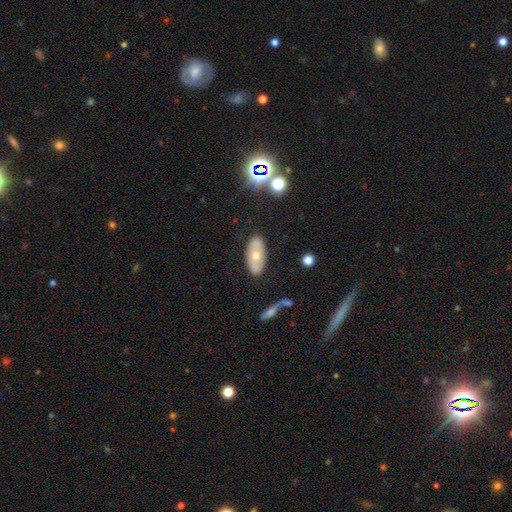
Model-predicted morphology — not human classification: A smooth galaxy with no disk features (53%) that is in between round and cigar-shaped (91%).

Vote fractions:
- Smooth or featured? smooth: 53% / featured or disk: 39% / star or artifact: 8%
- How rounded? in between: 91% / cigar-shaped: 5% / round: 4%
- Merging? none: 81% / minor disturbance: 13% / major disturbance: 4% / merger: 2%